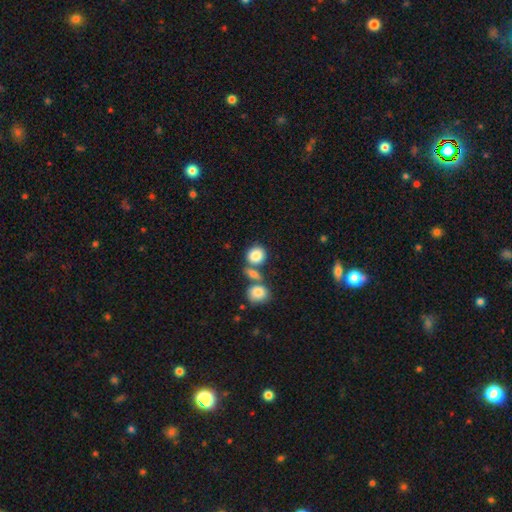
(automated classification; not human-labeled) This appears to be a smooth galaxy with no disk features (84%) that is round (78%). Merging: none (52%).